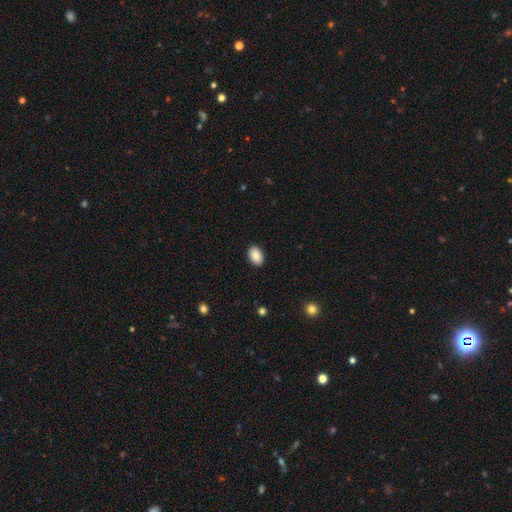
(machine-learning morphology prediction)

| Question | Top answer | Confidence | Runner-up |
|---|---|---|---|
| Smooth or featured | smooth | 88% | star or artifact (7%) |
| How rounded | in between | 89% | round (10%) |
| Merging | none | 90% | minor disturbance (7%) |